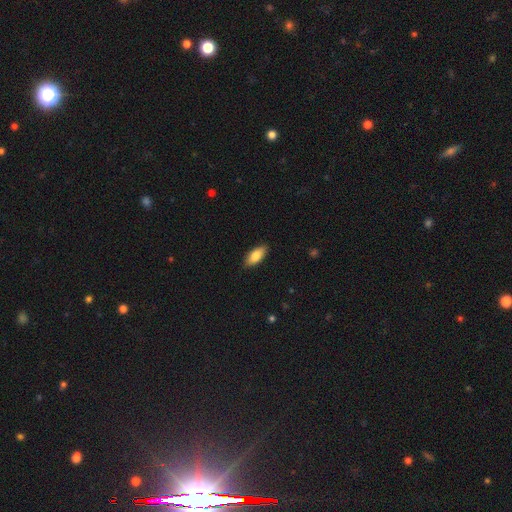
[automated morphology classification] Smooth or featured?
  - smooth: 82% *
  - featured or disk: 12%
  - star or artifact: 6%
How rounded?
  - in between: 85% *
  - cigar-shaped: 13%
  - round: 2%
Merging?
  - none: 88% *
  - minor disturbance: 10%
  - major disturbance: 2%
  - merger: 1%